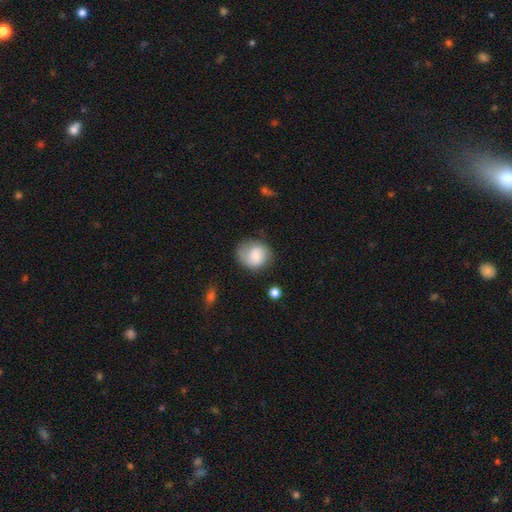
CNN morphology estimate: Q: Smooth or featured?
A: smooth (62%); runner-up: featured or disk (31%)
Q: How rounded?
A: round (75%); runner-up: in between (24%)
Q: Merging?
A: none (69%); runner-up: minor disturbance (21%)